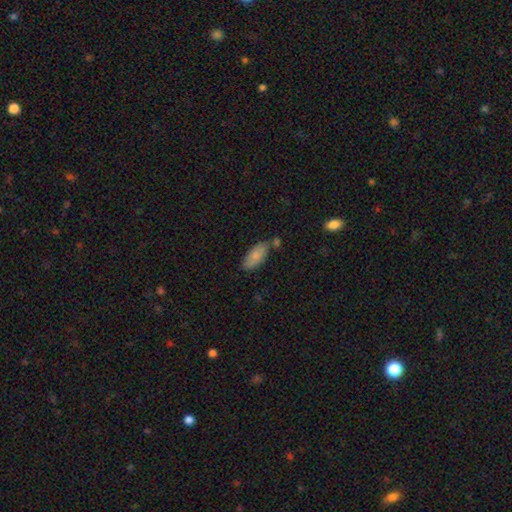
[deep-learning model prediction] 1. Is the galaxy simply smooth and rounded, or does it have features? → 79% smooth, 15% featured or disk, 7% star or artifact.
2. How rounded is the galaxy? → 89% in between, 9% cigar-shaped, 2% round.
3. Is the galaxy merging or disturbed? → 69% none, 17% minor disturbance, 10% merger, 3% major disturbance.